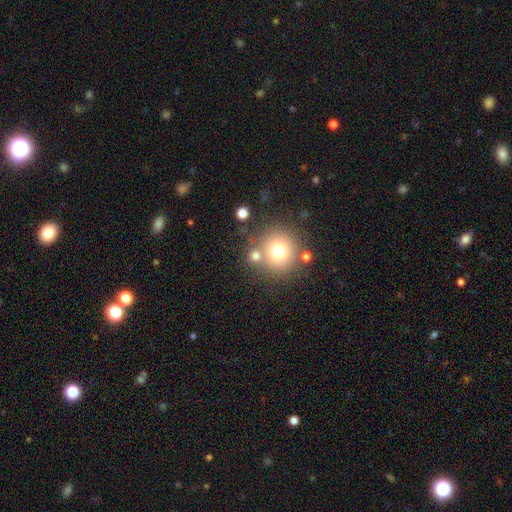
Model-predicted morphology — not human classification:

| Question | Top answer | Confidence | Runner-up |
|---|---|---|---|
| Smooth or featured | smooth | 72% | star or artifact (15%) |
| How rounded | round | 92% | in between (7%) |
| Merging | none | 67% | merger (20%) |